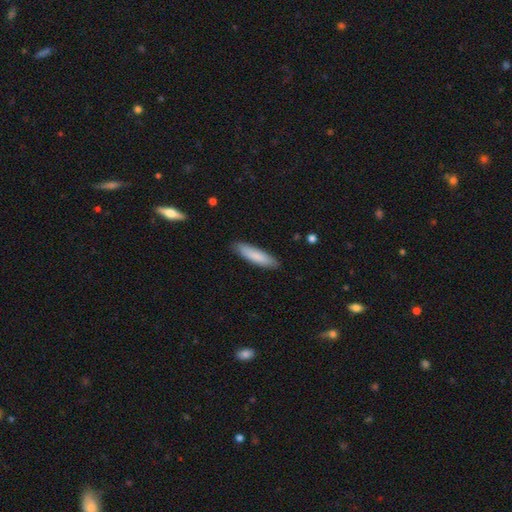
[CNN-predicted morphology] The model was most divided on "how rounded": cigar-shaped: 71%, in between: 28%, round: 1%. More confident: merging — none (87%); smooth or featured — smooth (84%).